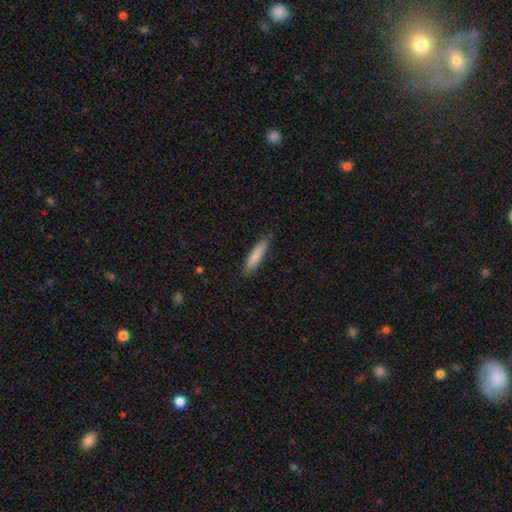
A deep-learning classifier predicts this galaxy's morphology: A smooth galaxy with no disk features (83%) that is cigar-shaped (83%).

Vote fractions:
- Smooth or featured? smooth: 83% / featured or disk: 11% / star or artifact: 6%
- How rounded? cigar-shaped: 83% / in between: 16% / round: 1%
- Merging? none: 87% / minor disturbance: 10% / major disturbance: 2% / merger: 1%